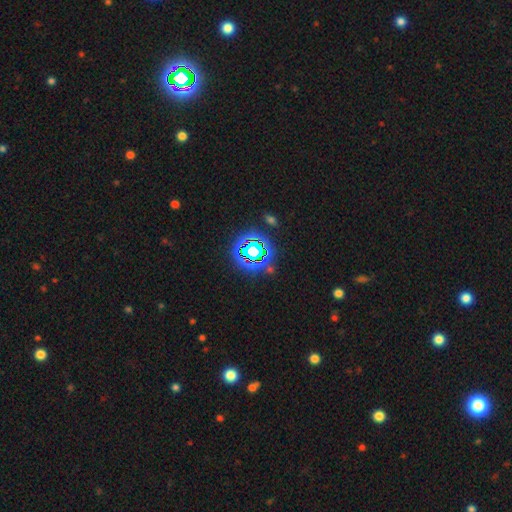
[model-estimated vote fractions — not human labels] A star or artifact, not a galaxy (78%).

Vote fractions:
- Smooth or featured? star or artifact: 78% / smooth: 13% / featured or disk: 9%